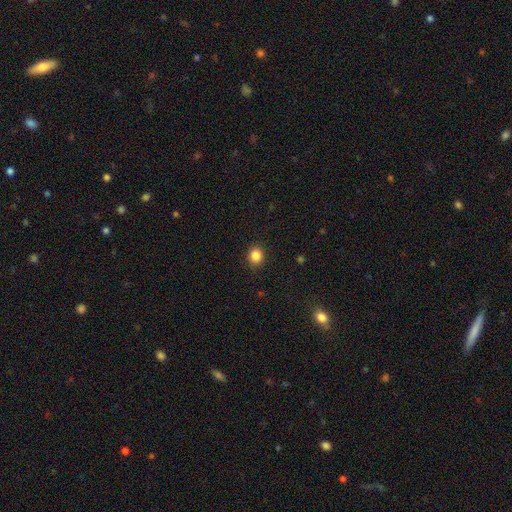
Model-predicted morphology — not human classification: smooth 86%, star or artifact 11%, featured or disk 4%. Down the decision tree: how rounded — round (77%); merging — none (90%).